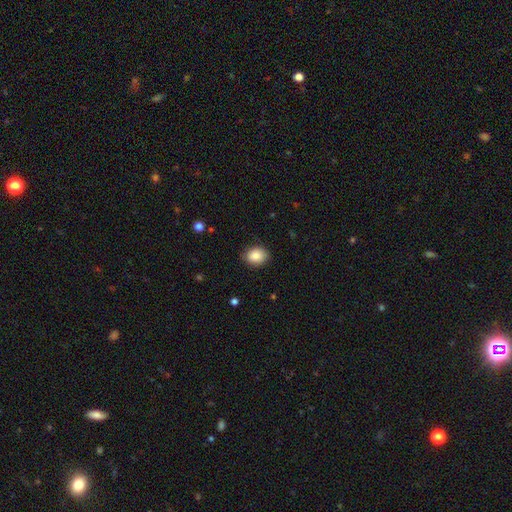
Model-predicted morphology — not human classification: A smooth galaxy with no disk features (86%) that is in between round and cigar-shaped (54%).

Vote fractions:
- Smooth or featured? smooth: 86% / star or artifact: 8% / featured or disk: 6%
- How rounded? in between: 54% / round: 45% / cigar-shaped: 1%
- Merging? none: 83% / minor disturbance: 13% / major disturbance: 3% / merger: 1%